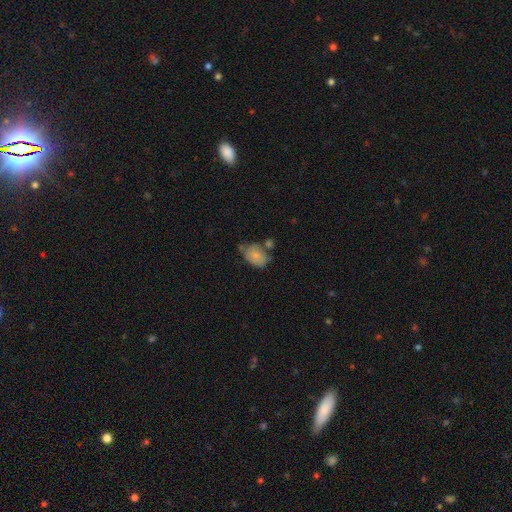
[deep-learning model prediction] Smooth or featured? Predicted: smooth (p=0.76). How rounded? Predicted: in between (p=0.81). Merging? Predicted: none (p=0.45).